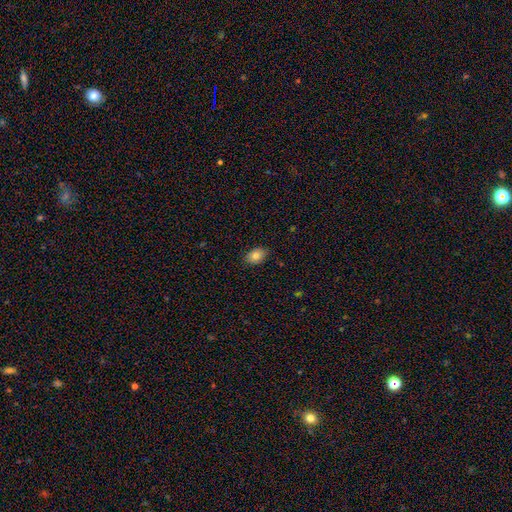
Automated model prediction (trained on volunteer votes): Morphology: type=smooth (81%); roundness=in between (82%); merging=none (86%).